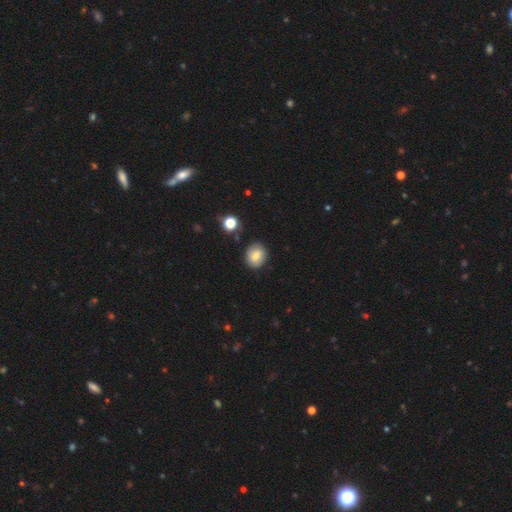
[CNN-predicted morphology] Smooth or featured?
  - smooth: 75% *
  - featured or disk: 16%
  - star or artifact: 10%
How rounded?
  - round: 60% *
  - in between: 39%
  - cigar-shaped: 1%
Merging?
  - none: 83% *
  - minor disturbance: 12%
  - major disturbance: 3%
  - merger: 2%